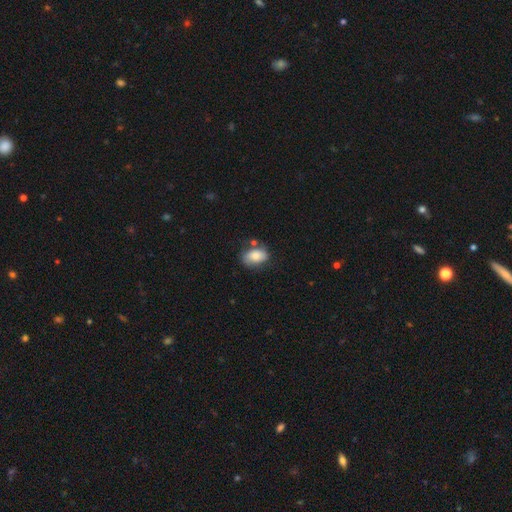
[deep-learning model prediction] This appears to be a smooth galaxy with no disk features (77%) that is in between round and cigar-shaped (86%). Merging: none (62%).